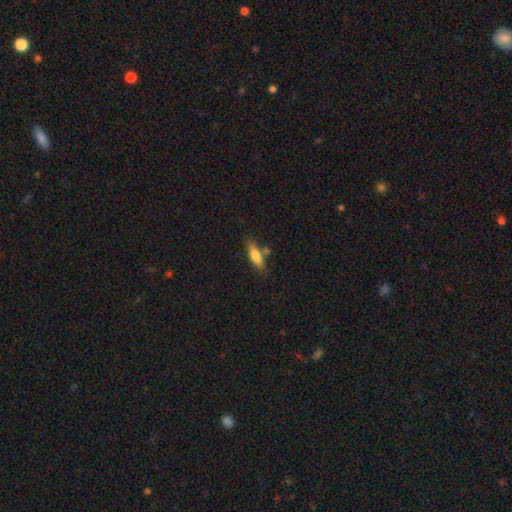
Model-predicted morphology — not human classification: Smooth or featured?
  - smooth: 73% *
  - featured or disk: 20%
  - star or artifact: 6%
How rounded?
  - in between: 50% *
  - cigar-shaped: 48%
  - round: 3%
Merging?
  - none: 69% *
  - minor disturbance: 15%
  - merger: 12%
  - major disturbance: 4%